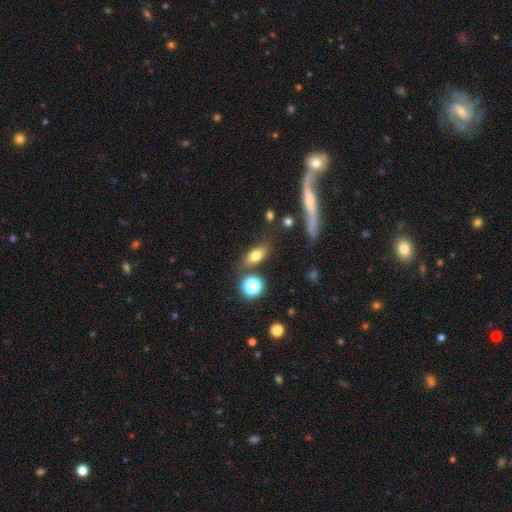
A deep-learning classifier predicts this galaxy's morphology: type=smooth (72%); roundness=in between (74%); merging=none (74%).